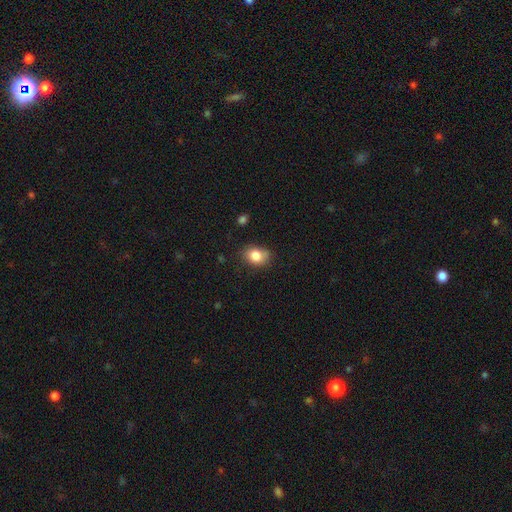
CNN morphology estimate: smooth_or_featured: smooth (p=0.83) [alt: star or artifact p=0.09]
how_rounded: in between (p=0.70) [alt: round p=0.29]
merging: none (p=0.72) [alt: minor disturbance p=0.21]